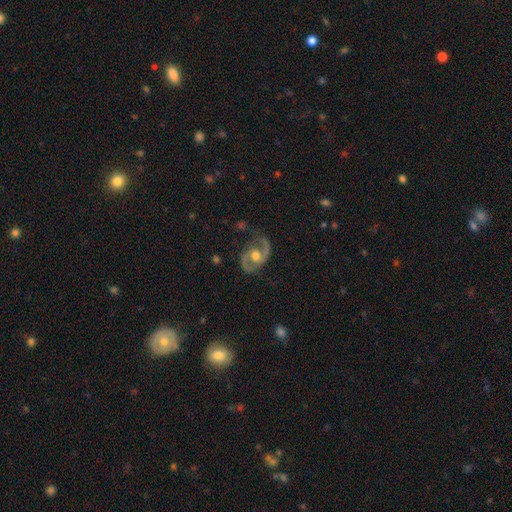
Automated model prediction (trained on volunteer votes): This appears to be a featured or disk galaxy (88%) with no bar (51%), 2 (91%) medium (59%) spiral arms (95%) and a moderate central bulge (70%). Merging: none (78%).